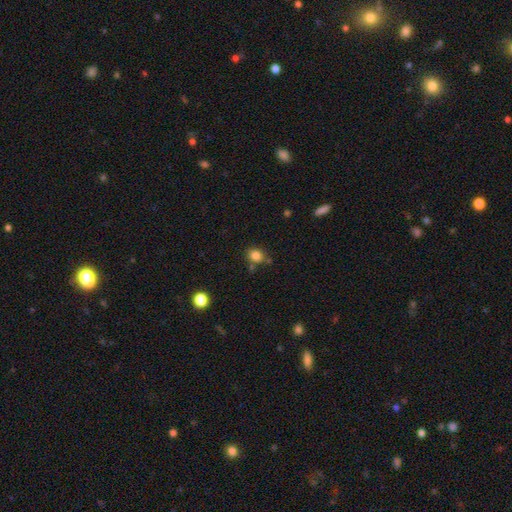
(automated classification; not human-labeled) A smooth galaxy with no disk features (83%) that is round (66%). Merging: none (71%).